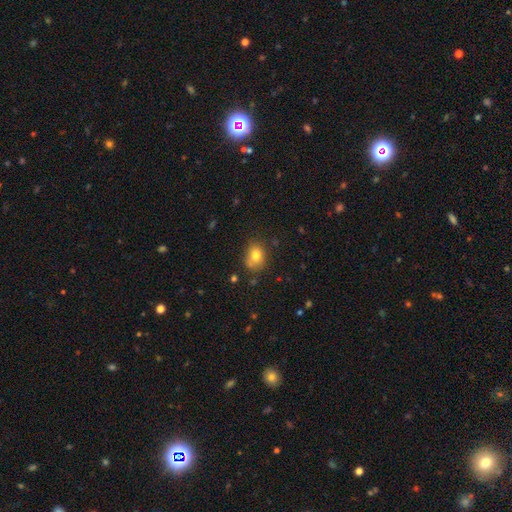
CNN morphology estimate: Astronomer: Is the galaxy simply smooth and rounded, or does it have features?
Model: smooth — 78%.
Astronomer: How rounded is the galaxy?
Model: in between — 51% (runner-up: round, 48%).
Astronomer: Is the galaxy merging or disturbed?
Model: none — 64%.